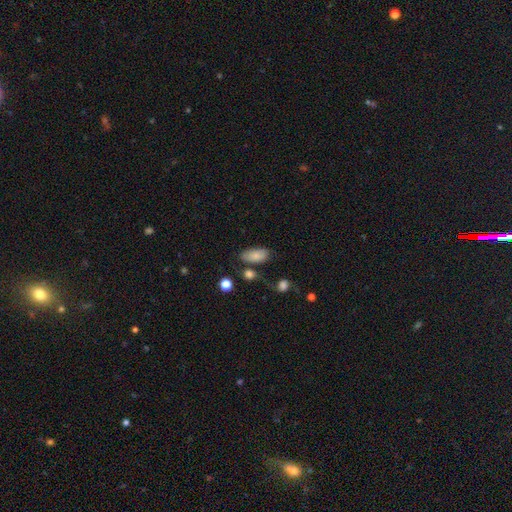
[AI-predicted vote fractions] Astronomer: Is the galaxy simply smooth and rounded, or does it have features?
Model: smooth — 81%.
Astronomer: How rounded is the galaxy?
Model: in between — 92%.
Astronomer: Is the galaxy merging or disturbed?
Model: none — 62%.